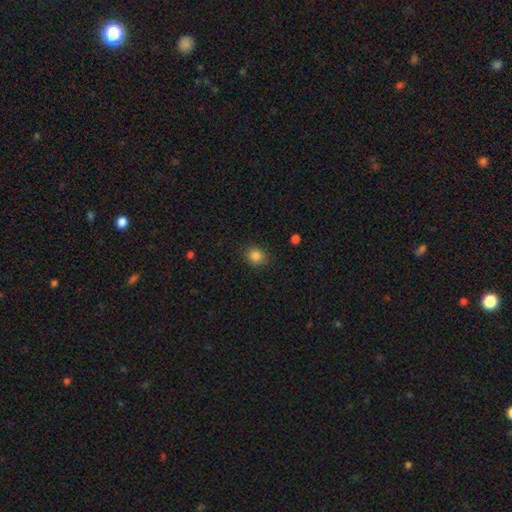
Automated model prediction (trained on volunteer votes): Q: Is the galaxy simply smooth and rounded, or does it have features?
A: smooth — 85%.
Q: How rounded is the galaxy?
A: round — 79%.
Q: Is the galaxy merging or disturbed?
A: none — 86%.